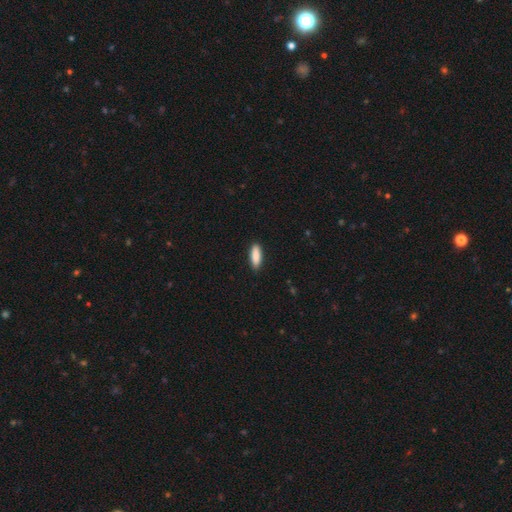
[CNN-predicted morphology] smooth_or_featured: smooth (p=0.89) [alt: star or artifact p=0.06]
how_rounded: in between (p=0.57) [alt: cigar-shaped p=0.41]
merging: none (p=0.89) [alt: minor disturbance p=0.09]